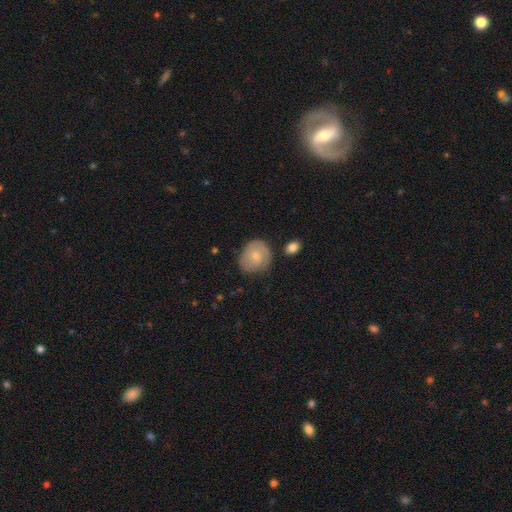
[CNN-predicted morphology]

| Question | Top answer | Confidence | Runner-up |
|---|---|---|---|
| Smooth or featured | smooth | 61% | featured or disk (33%) |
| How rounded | round | 69% | in between (30%) |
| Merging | none | 66% | minor disturbance (25%) |